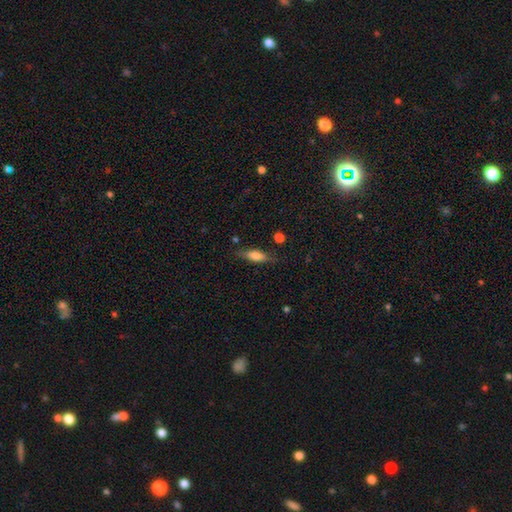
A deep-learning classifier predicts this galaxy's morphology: The model was most divided on "how rounded": in between: 50%, cigar-shaped: 47%, round: 3%. More confident: merging — none (78%); smooth or featured — smooth (63%).